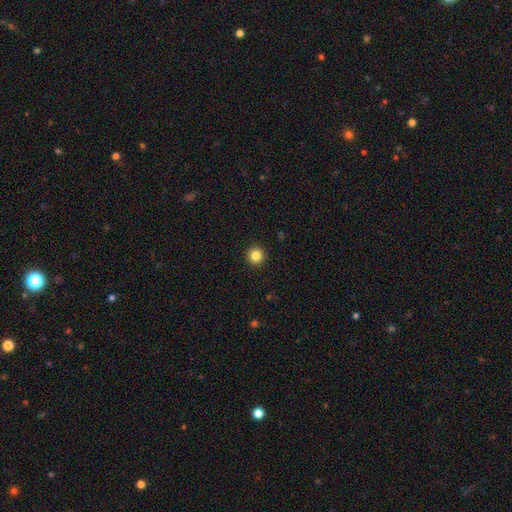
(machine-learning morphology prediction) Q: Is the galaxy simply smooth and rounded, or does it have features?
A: smooth — 84%.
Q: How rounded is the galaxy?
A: round — 96%.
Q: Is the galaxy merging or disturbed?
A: none — 94%.